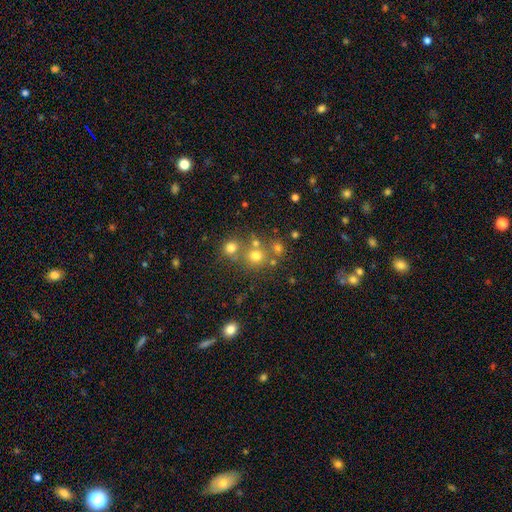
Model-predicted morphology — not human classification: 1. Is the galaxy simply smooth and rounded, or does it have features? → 66% smooth, 21% star or artifact, 13% featured or disk.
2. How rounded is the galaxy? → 86% round, 13% in between, 1% cigar-shaped.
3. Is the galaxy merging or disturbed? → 60% none, 28% merger, 8% minor disturbance, 4% major disturbance.